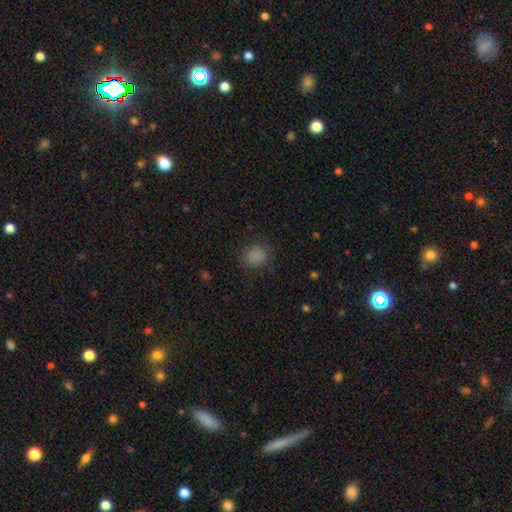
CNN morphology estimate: This is clearly a smooth galaxy (84%). How rounded: likely round (72%). Merging: clearly none (83%).